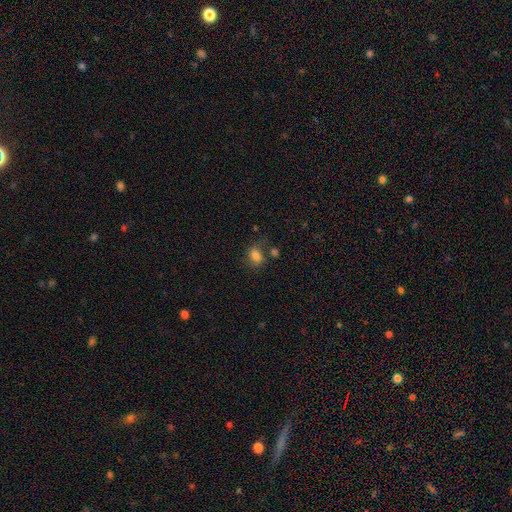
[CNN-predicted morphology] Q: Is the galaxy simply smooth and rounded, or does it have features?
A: smooth — 80%.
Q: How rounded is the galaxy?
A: in between — 68%.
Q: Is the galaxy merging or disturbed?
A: none — 59%.